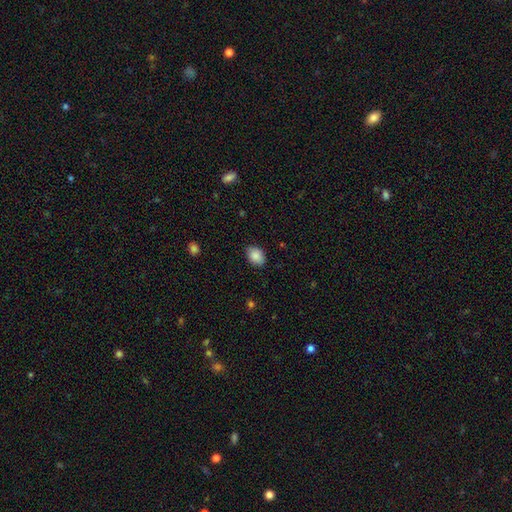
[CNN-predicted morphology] smooth 88%, star or artifact 7%, featured or disk 4%. Down the decision tree: how rounded — in between (76%); merging — none (85%).